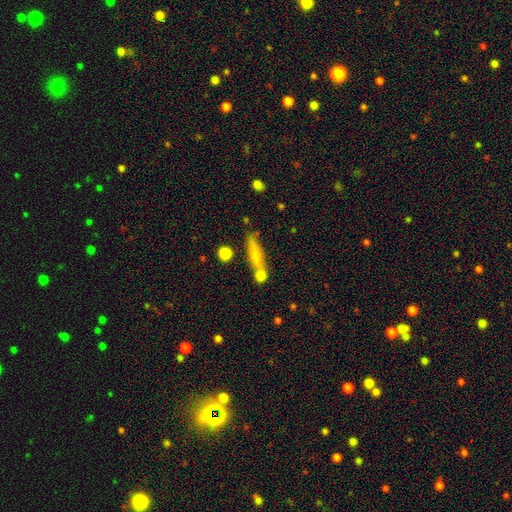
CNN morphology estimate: Smooth or featured? Predicted: smooth (p=0.67). How rounded? Predicted: cigar-shaped (p=0.79). Merging? Predicted: none (p=0.62).